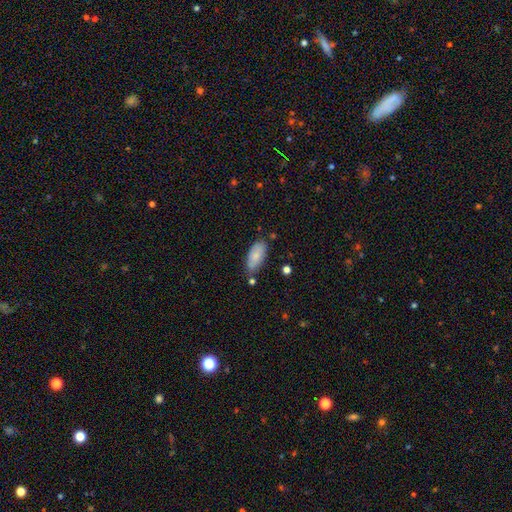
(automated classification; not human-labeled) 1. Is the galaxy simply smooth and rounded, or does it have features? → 81% smooth, 13% featured or disk, 6% star or artifact.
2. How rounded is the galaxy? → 87% in between, 11% cigar-shaped, 2% round.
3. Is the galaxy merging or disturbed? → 67% none, 23% minor disturbance, 6% merger, 4% major disturbance.